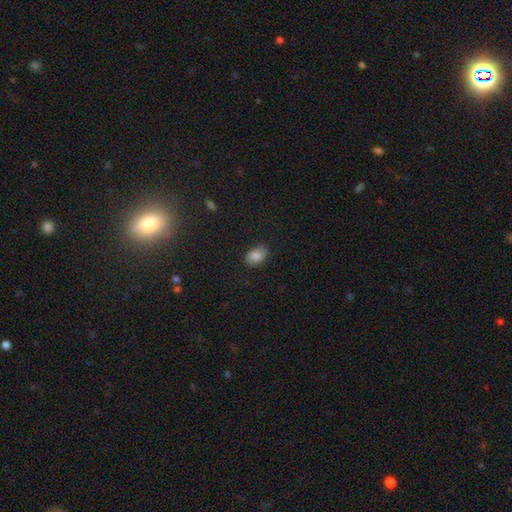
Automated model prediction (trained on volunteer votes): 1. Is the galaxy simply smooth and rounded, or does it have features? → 84% smooth, 9% star or artifact, 8% featured or disk.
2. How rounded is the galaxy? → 86% in between, 13% round, 1% cigar-shaped.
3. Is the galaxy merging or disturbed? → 85% none, 12% minor disturbance, 3% major disturbance, 1% merger.